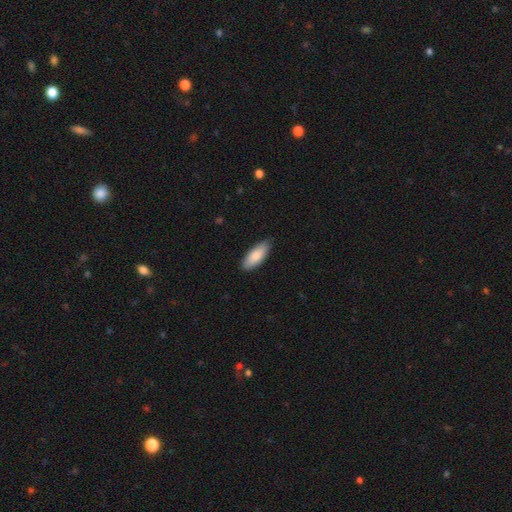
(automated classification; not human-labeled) A smooth galaxy with no disk features (85%) that is in between round and cigar-shaped (76%). Merging: none (87%).